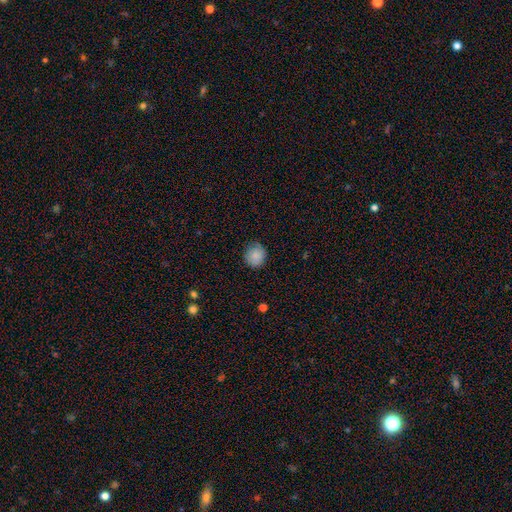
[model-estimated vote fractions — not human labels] Overall: smooth (85%). How rounded: round (86%). Merging: none (81%).